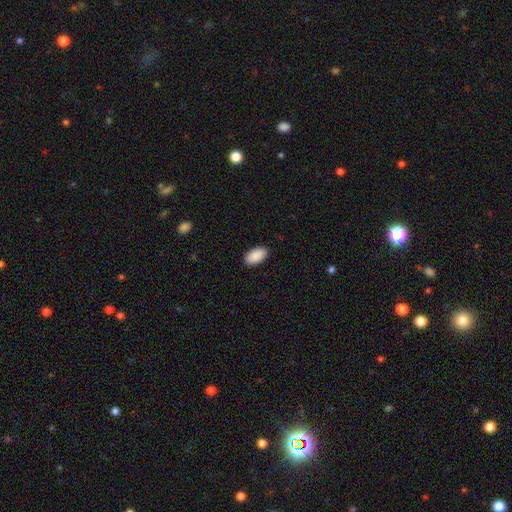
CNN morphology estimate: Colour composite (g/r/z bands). It shows a smooth galaxy with no disk features (91%) that is in between round and cigar-shaped (96%). Merging: none (90%).